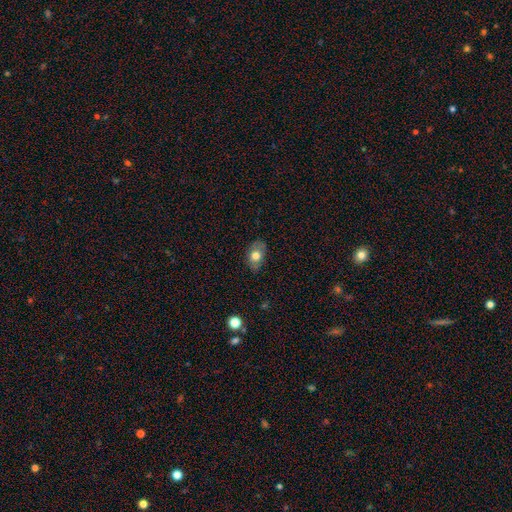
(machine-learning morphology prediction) smooth_or_featured: smooth (p=0.71) [alt: featured or disk p=0.21]
how_rounded: in between (p=0.81) [alt: round p=0.17]
merging: none (p=0.79) [alt: minor disturbance p=0.17]